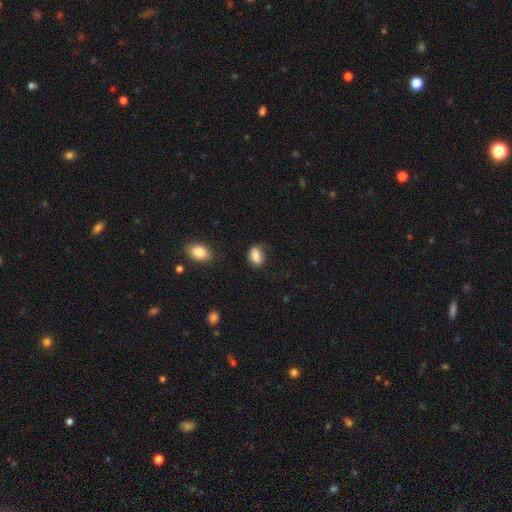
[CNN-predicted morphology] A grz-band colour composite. It shows a smooth galaxy with no disk features (85%) that is in between round and cigar-shaped (80%). Merging: none (74%).